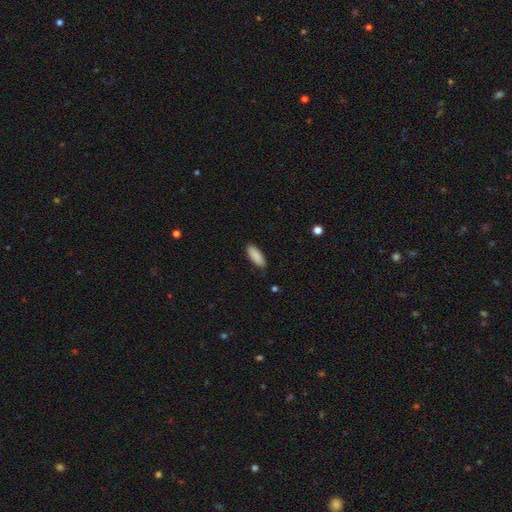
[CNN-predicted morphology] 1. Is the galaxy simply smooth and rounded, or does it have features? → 90% smooth, 6% star or artifact, 4% featured or disk.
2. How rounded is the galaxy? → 74% in between, 24% cigar-shaped, 2% round.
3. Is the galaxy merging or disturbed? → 86% none, 11% minor disturbance, 2% major disturbance, 1% merger.